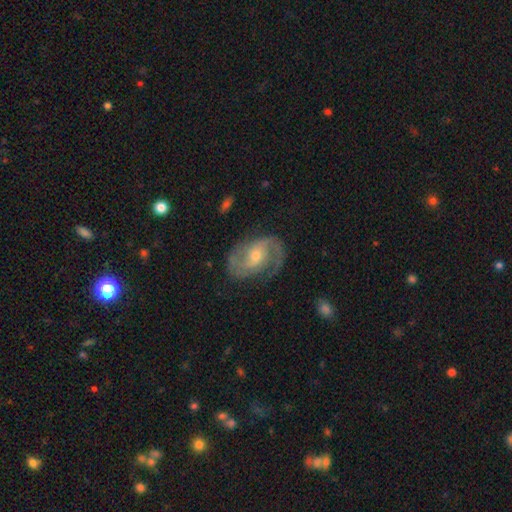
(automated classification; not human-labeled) Smooth or featured: featured or disk — 86% (smooth — 8%)
Edge-on disk: no — 97% (yes — 3%)
Bar: no — 47% (weak — 41%)
Spiral arms: yes — 96% (no — 4%)
Spiral winding: medium — 53% (tight — 26%)
Spiral arm count: 2 — 86% (can't tell — 5%)
Bulge size: small — 48% (moderate — 47%)
Merging: none — 73% (minor disturbance — 17%)